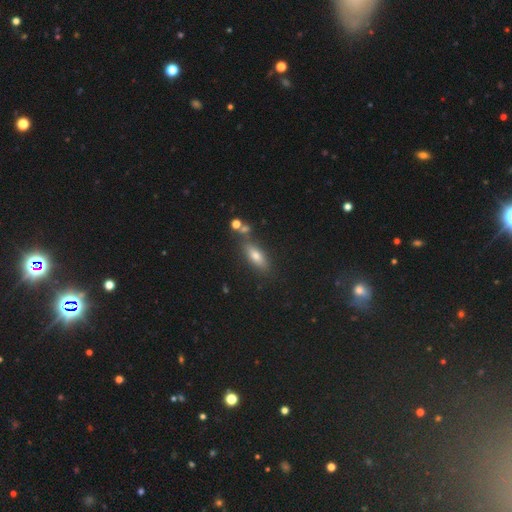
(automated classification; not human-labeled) Smooth or featured? smooth (68%)
How rounded? in between (61%)
Merging? none (73%)